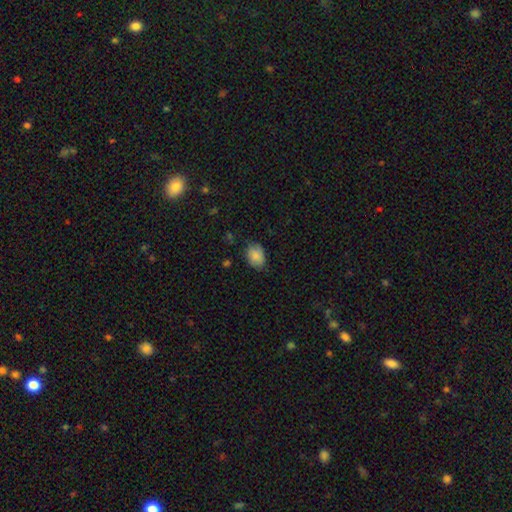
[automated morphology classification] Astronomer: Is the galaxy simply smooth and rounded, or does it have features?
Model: smooth — 85%.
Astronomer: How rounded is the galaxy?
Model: in between — 72%.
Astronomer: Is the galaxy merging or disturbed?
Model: none — 74%.